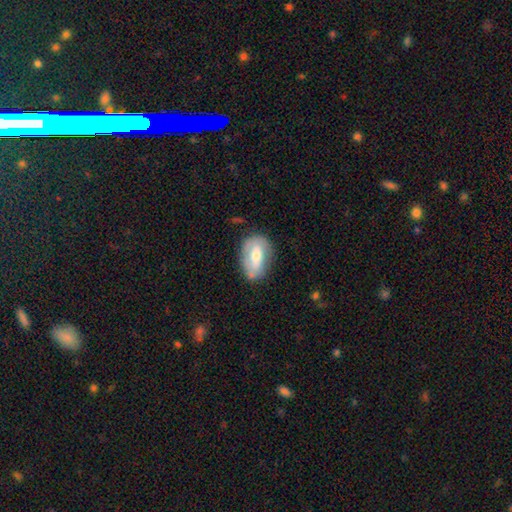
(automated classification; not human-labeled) Smooth or featured?
  - smooth: 52% *
  - featured or disk: 42%
  - star or artifact: 7%
How rounded?
  - in between: 87% *
  - round: 11%
  - cigar-shaped: 3%
Merging?
  - none: 64% *
  - minor disturbance: 25%
  - major disturbance: 8%
  - merger: 4%